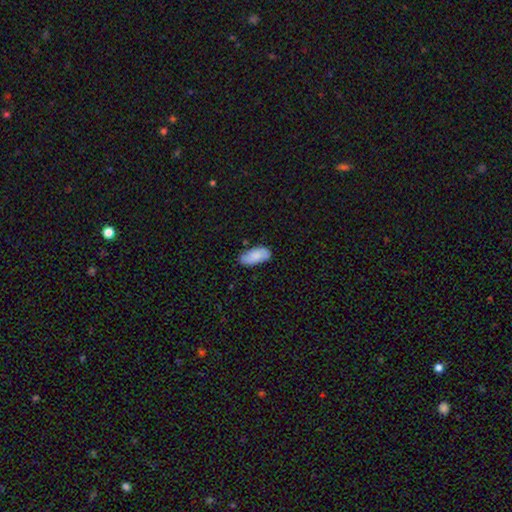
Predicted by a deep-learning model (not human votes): Morphology: type=smooth (79%); roundness=in between (92%); merging=none (77%).